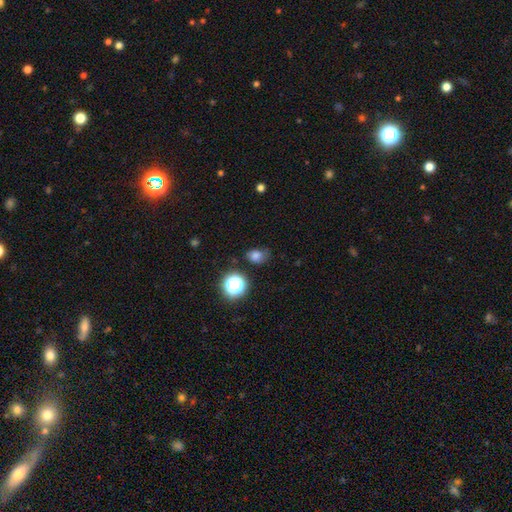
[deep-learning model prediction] Morphology: type=smooth (76%); roundness=in between (60%); merging=none (61%).